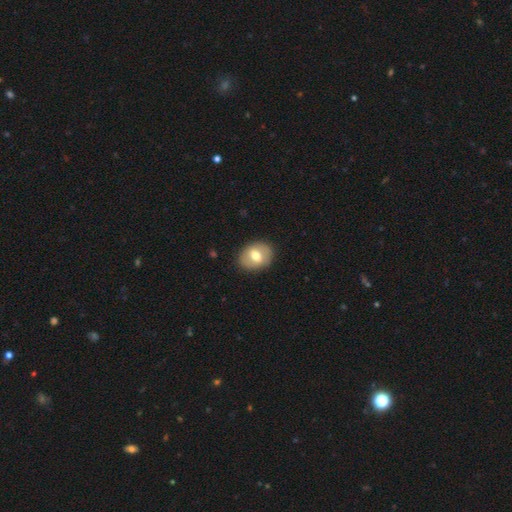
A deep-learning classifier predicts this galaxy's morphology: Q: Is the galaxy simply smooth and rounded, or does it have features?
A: smooth — 59%.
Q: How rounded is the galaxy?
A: in between — 55%.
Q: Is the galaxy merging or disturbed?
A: none — 85%.